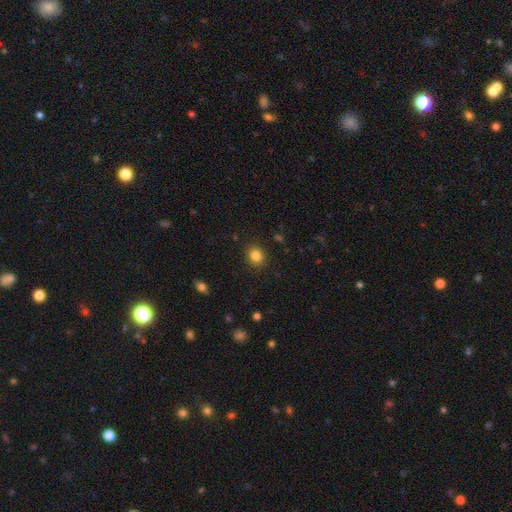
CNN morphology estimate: smooth_or_featured: smooth (p=0.84) [alt: star or artifact p=0.11]
how_rounded: round (p=0.70) [alt: in between p=0.29]
merging: none (p=0.89) [alt: minor disturbance p=0.07]